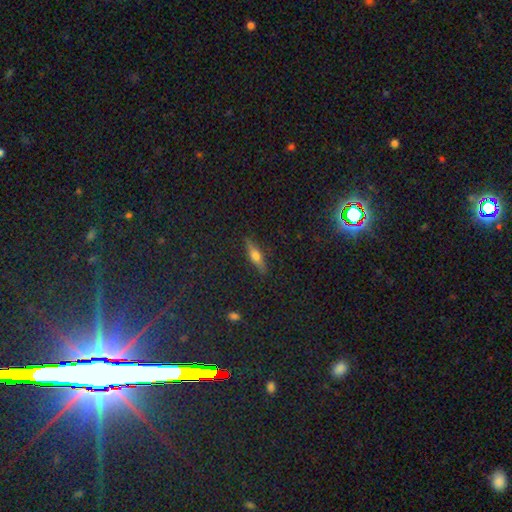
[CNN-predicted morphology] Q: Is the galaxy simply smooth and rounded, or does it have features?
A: smooth — 48%.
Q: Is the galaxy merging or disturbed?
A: none — 88%.